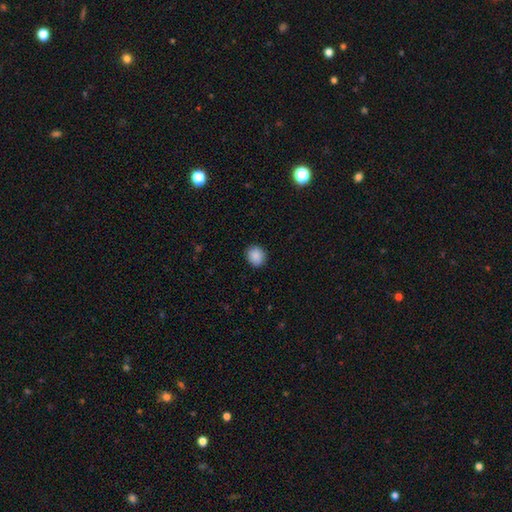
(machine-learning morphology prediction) type=smooth (89%); roundness=round (81%); merging=none (90%).